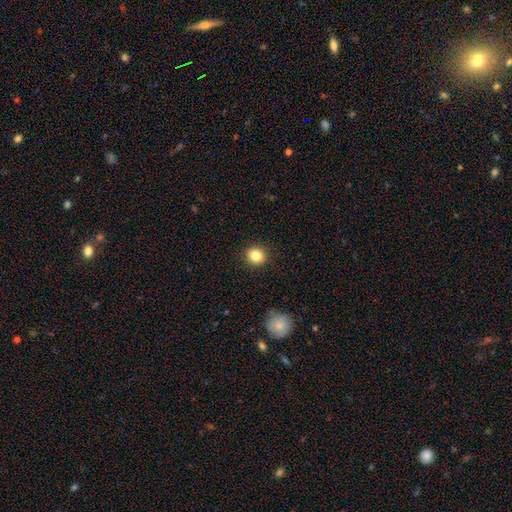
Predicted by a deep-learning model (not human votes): The model was most divided on "smooth or featured": smooth: 83%, star or artifact: 11%, featured or disk: 6%. More confident: merging — none (91%); how rounded — round (88%).